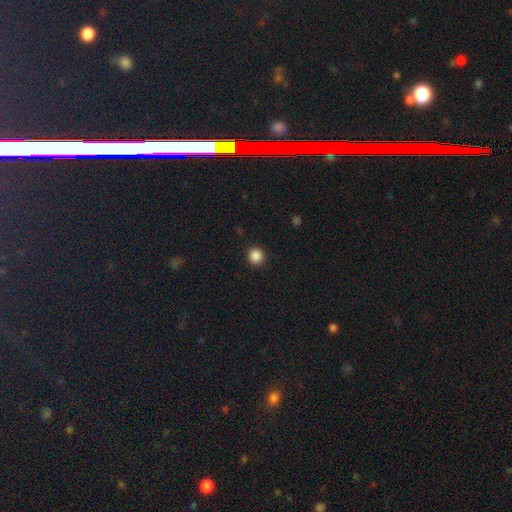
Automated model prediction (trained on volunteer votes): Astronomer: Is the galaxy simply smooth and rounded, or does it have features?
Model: smooth — 86%.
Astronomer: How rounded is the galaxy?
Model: round — 90%.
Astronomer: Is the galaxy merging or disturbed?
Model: none — 91%.